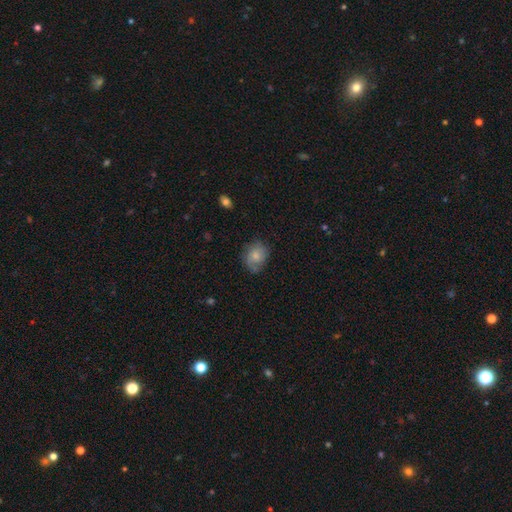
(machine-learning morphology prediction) Smooth or featured? smooth (62%)
How rounded? round (52%)
Merging? none (66%)